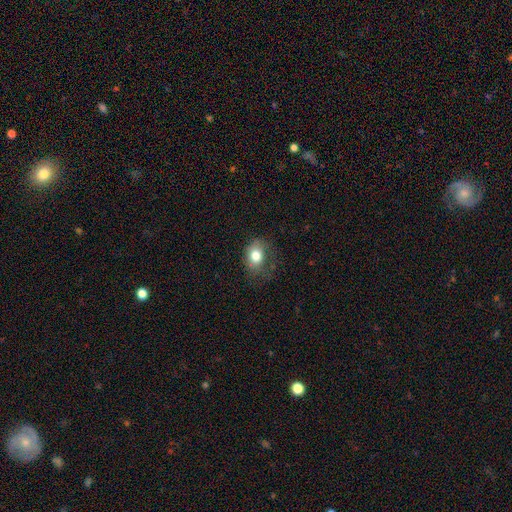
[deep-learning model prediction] smooth-or-featured: smooth: 79% | featured or disk: 11% | star or artifact: 10%
  how-rounded: in between: 61% | round: 38% | cigar-shaped: 1%
  merging: none: 57% | minor disturbance: 28% | major disturbance: 14% | merger: 2%